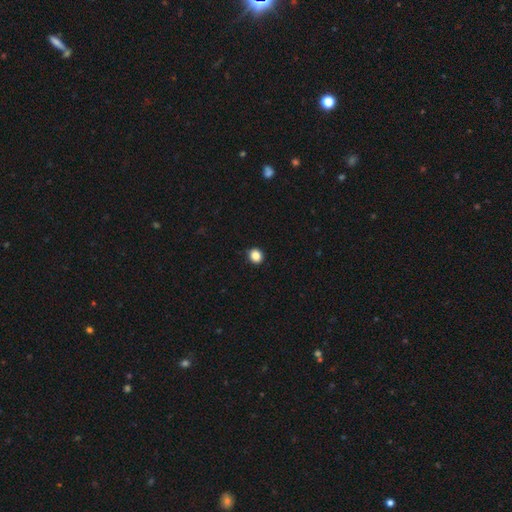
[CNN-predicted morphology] Smooth or featured? smooth (86%)
How rounded? round (82%)
Merging? none (91%)